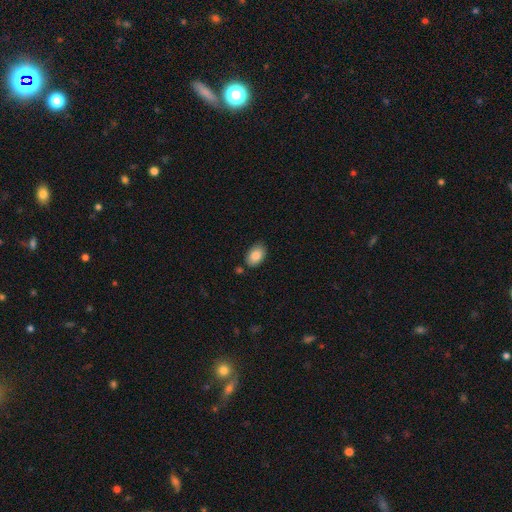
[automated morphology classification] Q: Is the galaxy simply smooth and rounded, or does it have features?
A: smooth — 86%.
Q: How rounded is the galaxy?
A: in between — 90%.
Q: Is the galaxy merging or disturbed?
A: none — 80%.